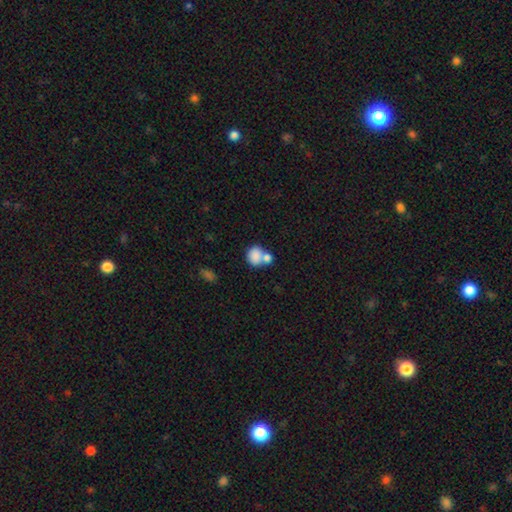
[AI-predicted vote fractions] smooth-or-featured: smooth: 83% | featured or disk: 9% | star or artifact: 8%
  how-rounded: round: 69% | in between: 30% | cigar-shaped: 1%
  merging: merger: 48% | none: 38% | minor disturbance: 9% | major disturbance: 5%